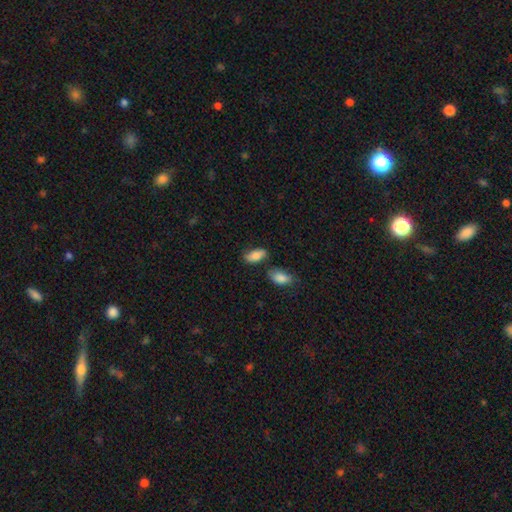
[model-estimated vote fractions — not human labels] Q: Smooth or featured?
A: smooth (80%); runner-up: featured or disk (12%)
Q: How rounded?
A: in between (90%); runner-up: cigar-shaped (7%)
Q: Merging?
A: none (68%); runner-up: minor disturbance (18%)